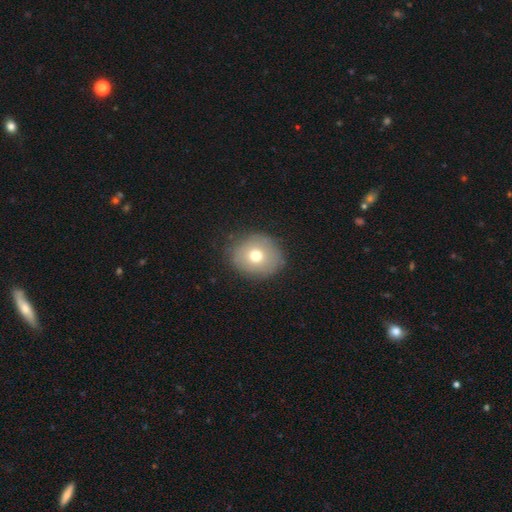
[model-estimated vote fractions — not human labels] Smooth or featured? smooth (69%)
How rounded? round (75%)
Merging? none (83%)